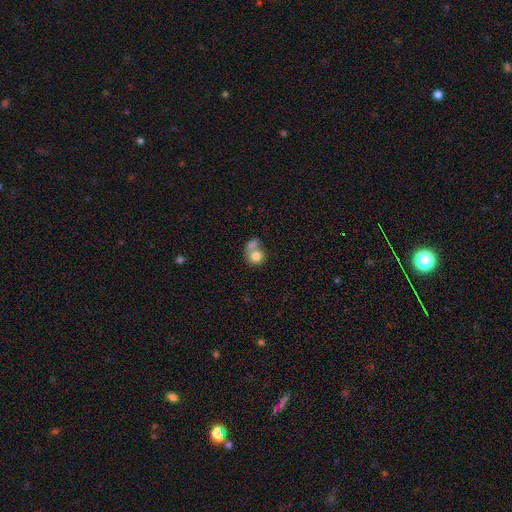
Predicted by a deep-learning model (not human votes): This appears to be a smooth galaxy with no disk features (77%) that is round (76%). Merging: merger (55%).